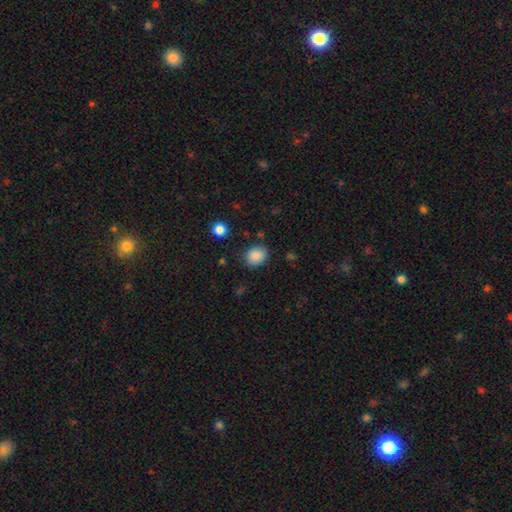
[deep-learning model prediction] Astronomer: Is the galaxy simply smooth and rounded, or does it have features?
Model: smooth — 87%.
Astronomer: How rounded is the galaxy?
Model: round — 54% (runner-up: in between, 45%).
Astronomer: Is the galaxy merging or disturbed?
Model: none — 82%.